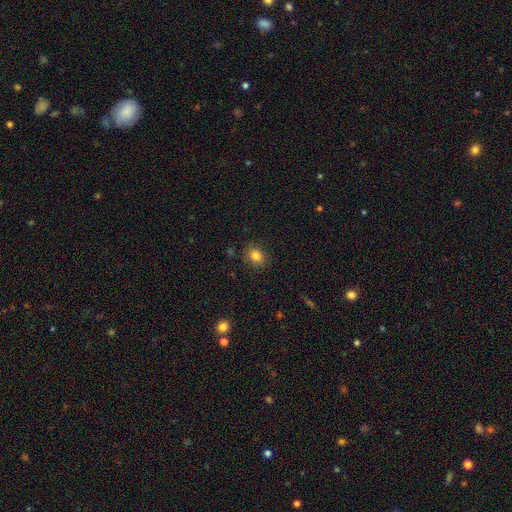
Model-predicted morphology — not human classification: Smooth or featured? smooth (83%)
How rounded? round (64%)
Merging? none (86%)